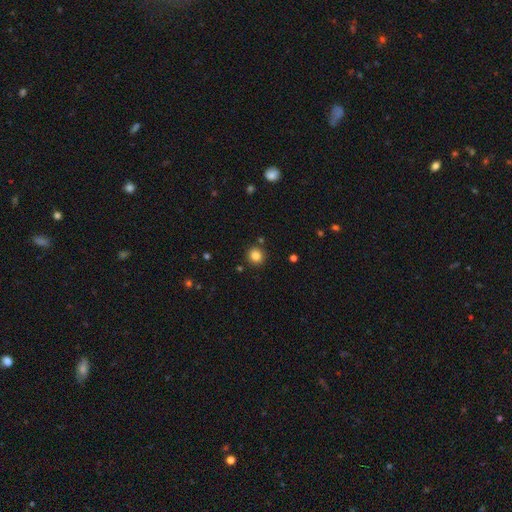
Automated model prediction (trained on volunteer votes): Smooth or featured? Predicted: smooth (p=0.83). How rounded? Predicted: round (p=0.92). Merging? Predicted: none (p=0.88).